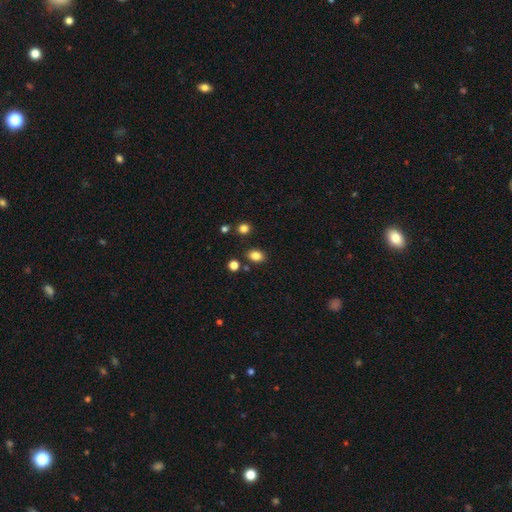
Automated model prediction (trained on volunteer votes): Smooth or featured: smooth — 83% (star or artifact — 12%)
How rounded: in between — 65% (round — 34%)
Merging: none — 83% (minor disturbance — 10%)